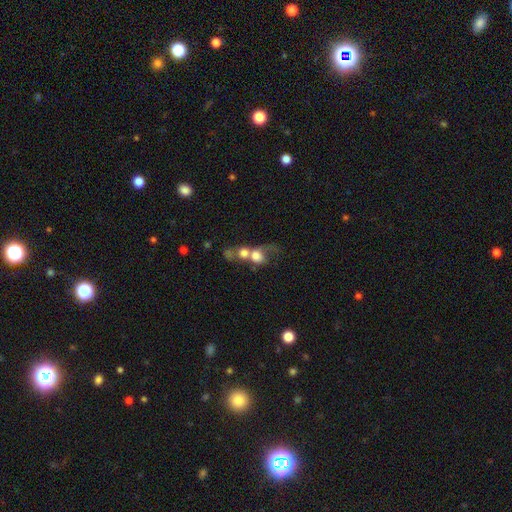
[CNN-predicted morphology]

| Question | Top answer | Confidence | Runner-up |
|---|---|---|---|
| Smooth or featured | smooth | 63% | featured or disk (27%) |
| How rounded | round | 62% | in between (36%) |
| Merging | merger | 73% | major disturbance (11%) |